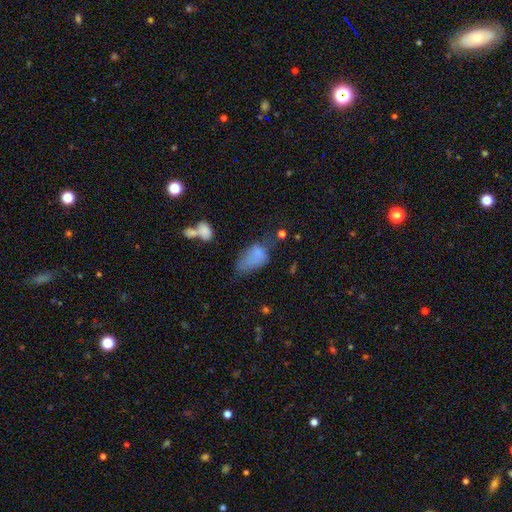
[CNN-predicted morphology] A smooth galaxy with no disk features (69%) that is in between round and cigar-shaped (88%). Merging: major disturbance (40%).